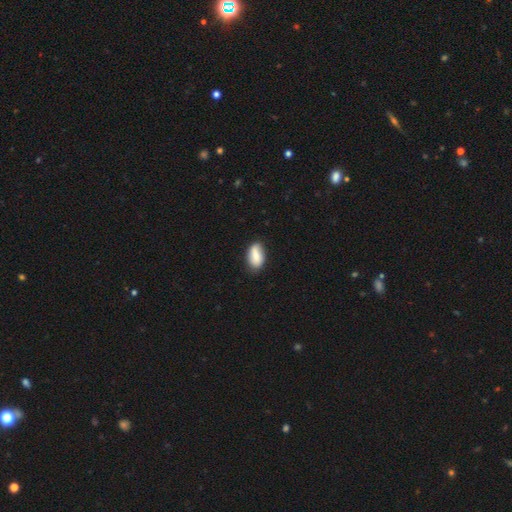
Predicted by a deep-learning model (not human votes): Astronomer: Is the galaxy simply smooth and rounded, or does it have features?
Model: smooth — 78%.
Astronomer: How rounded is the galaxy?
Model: in between — 90%.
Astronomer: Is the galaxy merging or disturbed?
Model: none — 74%.